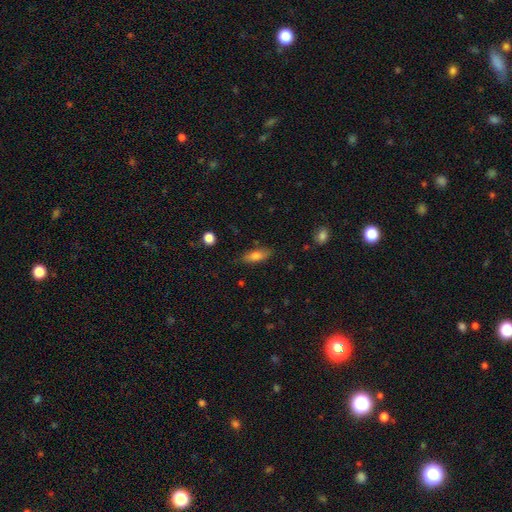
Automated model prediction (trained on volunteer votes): Q: Smooth or featured?
A: smooth (75%); runner-up: featured or disk (17%)
Q: How rounded?
A: in between (68%); runner-up: cigar-shaped (29%)
Q: Merging?
A: none (81%); runner-up: minor disturbance (14%)